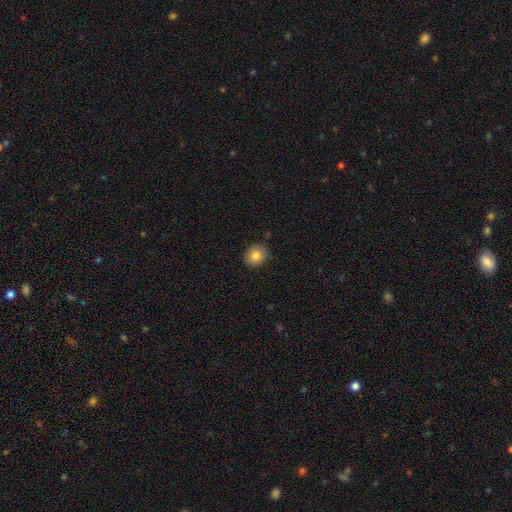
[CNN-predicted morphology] This appears to be a smooth galaxy with no disk features (82%) that is round (79%). Merging: none (88%).